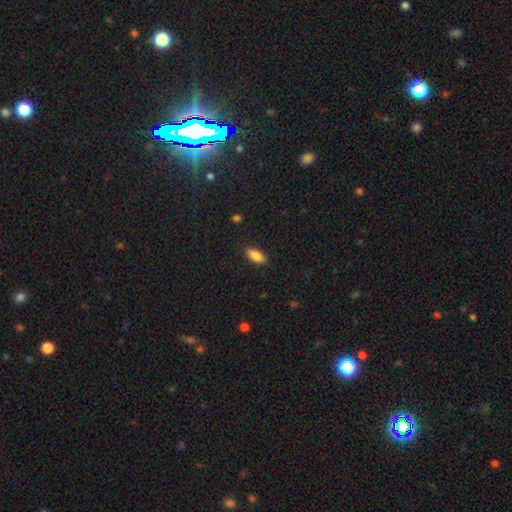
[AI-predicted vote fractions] Smooth or featured? smooth (86%)
How rounded? in between (85%)
Merging? none (85%)